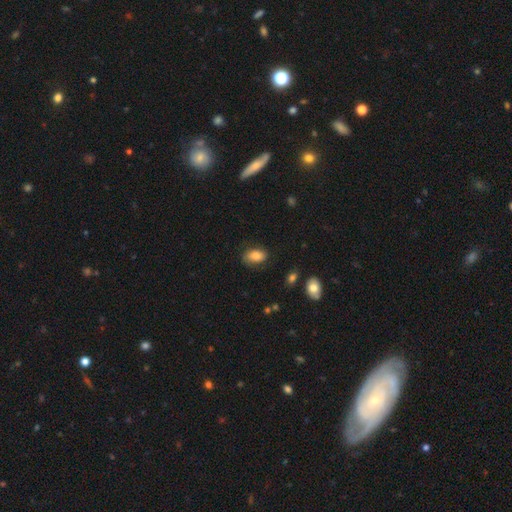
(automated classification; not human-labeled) Overall: smooth (77%). How rounded: in between (89%). Merging: none (71%).